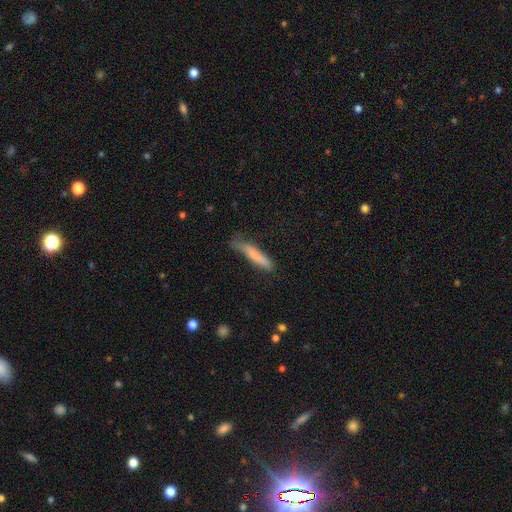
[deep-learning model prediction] Smooth or featured?
  - smooth: 75% *
  - featured or disk: 18%
  - star or artifact: 7%
How rounded?
  - cigar-shaped: 90% *
  - in between: 9%
  - round: 1%
Merging?
  - none: 59% *
  - minor disturbance: 30%
  - major disturbance: 9%
  - merger: 3%